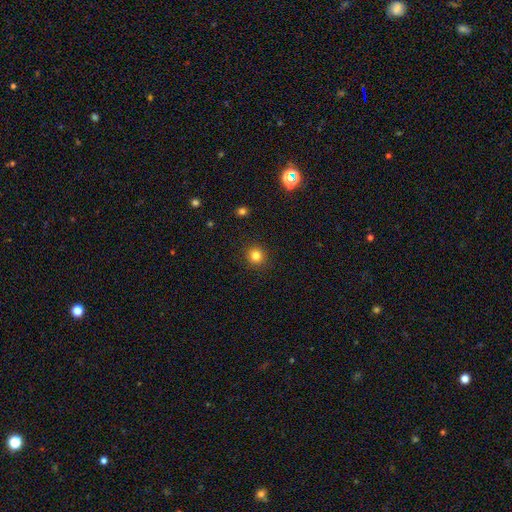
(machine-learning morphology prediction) Q: Smooth or featured?
A: smooth (82%); runner-up: star or artifact (13%)
Q: How rounded?
A: round (92%); runner-up: in between (7%)
Q: Merging?
A: none (91%); runner-up: minor disturbance (6%)